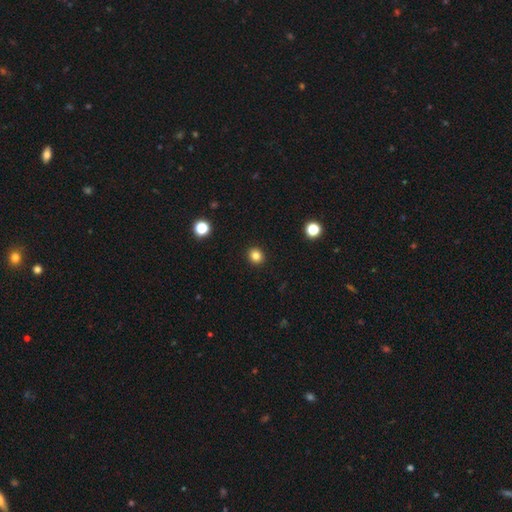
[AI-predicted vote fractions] smooth 83%, star or artifact 12%, featured or disk 5%. Down the decision tree: how rounded — round (83%); merging — none (93%).